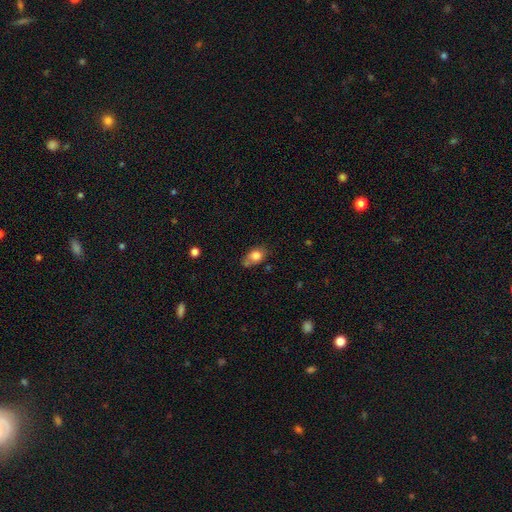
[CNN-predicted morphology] Smooth or featured? Predicted: smooth (p=0.79). How rounded? Predicted: in between (p=0.73). Merging? Predicted: none (p=0.52).